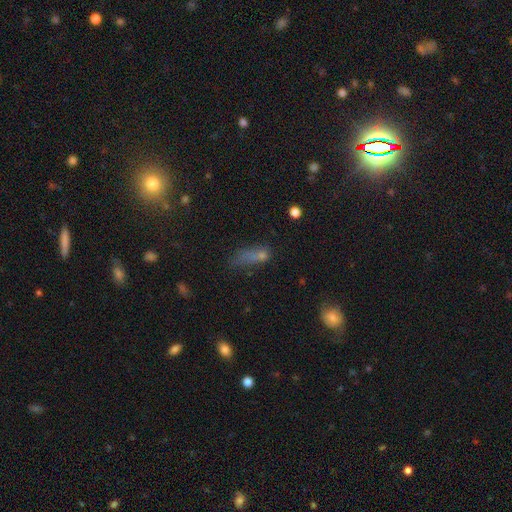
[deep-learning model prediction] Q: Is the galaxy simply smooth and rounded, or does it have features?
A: smooth — 60%.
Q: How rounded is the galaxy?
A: in between — 49%.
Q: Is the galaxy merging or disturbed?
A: none — 35%.